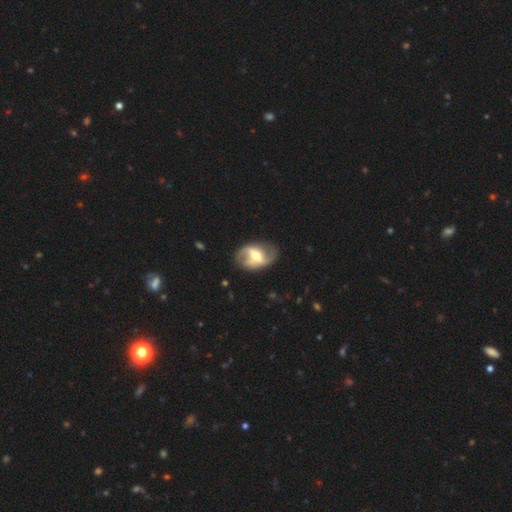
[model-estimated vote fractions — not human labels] Smooth or featured? featured or disk (77%)
Edge-on disk? no (95%)
Bar? strong (44%)
Spiral arms? yes (81%)
Spiral winding? loose (56%)
Spiral arm count? 2 (86%)
Bulge size? moderate (64%)
Merging? none (72%)